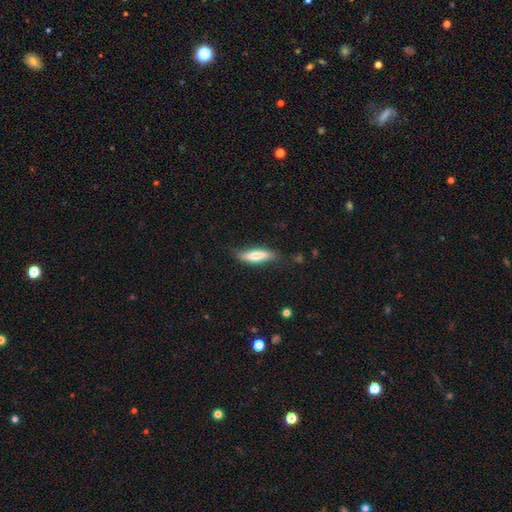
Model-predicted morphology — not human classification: A smooth galaxy with no disk features (61%) that is cigar-shaped (65%). Merging: none (73%).